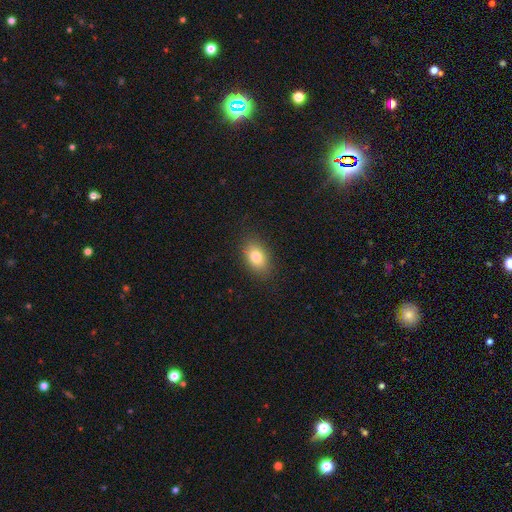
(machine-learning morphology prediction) type=smooth (80%); roundness=in between (83%); merging=none (87%).